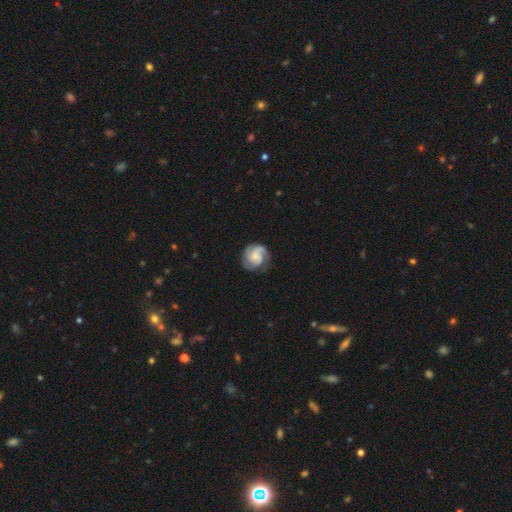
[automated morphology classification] The model was most divided on "spiral winding": tight: 45%, medium: 43%, loose: 12%. Remaining: edge-on disk — no (98%); spiral arms — yes (97%); smooth or featured — featured or disk (79%); merging — none (76%); bar — no (67%); bulge size — small (53%); spiral arm count — 3 (41%).